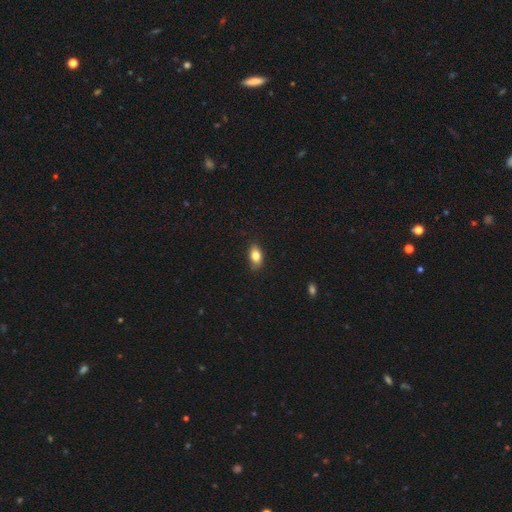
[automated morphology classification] Smooth or featured? Predicted: smooth (p=0.83). How rounded? Predicted: in between (p=0.87). Merging? Predicted: none (p=0.80).